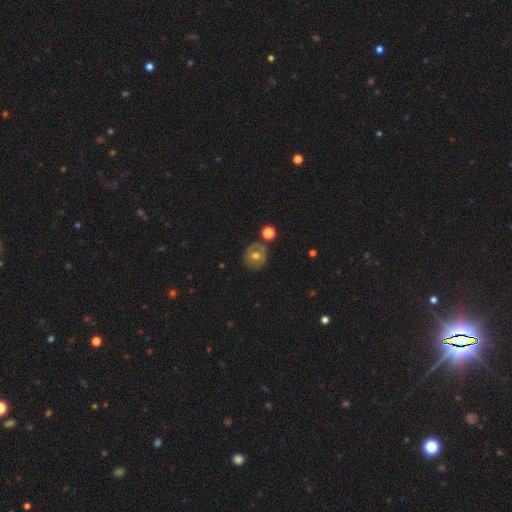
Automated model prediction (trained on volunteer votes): Q: Smooth or featured?
A: smooth (46%); runner-up: featured or disk (44%)
Q: Merging?
A: none (75%); runner-up: minor disturbance (15%)